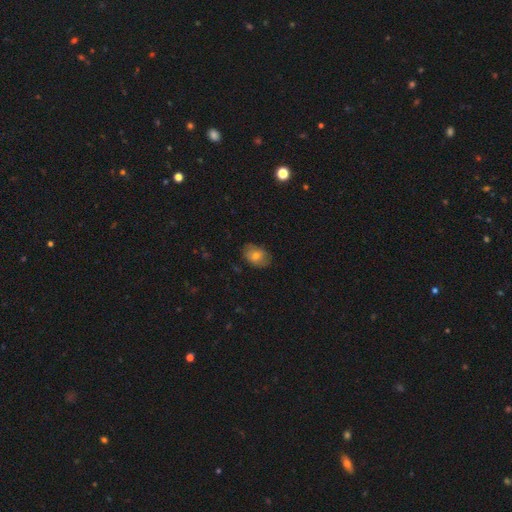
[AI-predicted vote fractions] A smooth galaxy with no disk features (72%) that is in between round and cigar-shaped (72%). Merging: none (80%).